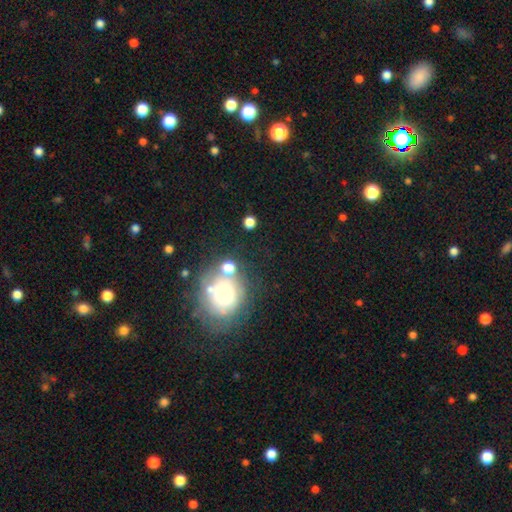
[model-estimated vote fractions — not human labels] Smooth or featured: smooth — 44% (star or artifact — 38%)
Merging: none — 71% (minor disturbance — 14%)